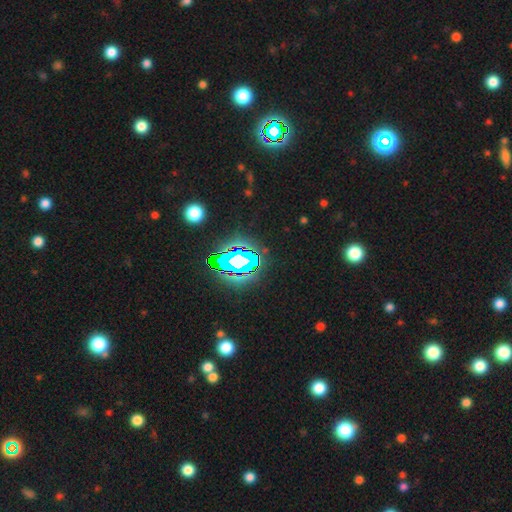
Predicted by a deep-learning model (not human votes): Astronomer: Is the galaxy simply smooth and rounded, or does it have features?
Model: star or artifact — 82%.